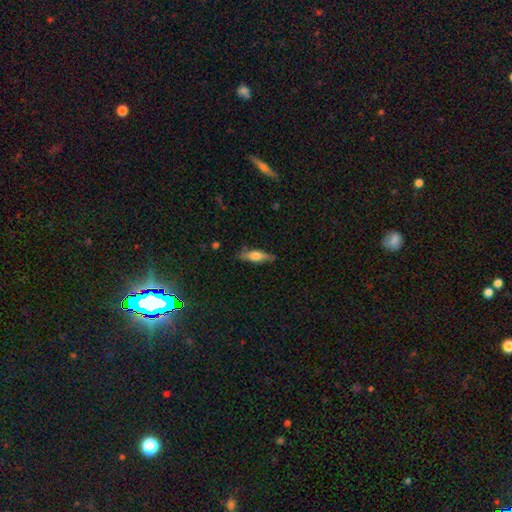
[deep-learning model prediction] The model was most divided on "smooth or featured": smooth: 52%, featured or disk: 42%, star or artifact: 7%. More confident: merging — none (78%); how rounded — cigar-shaped (58%).